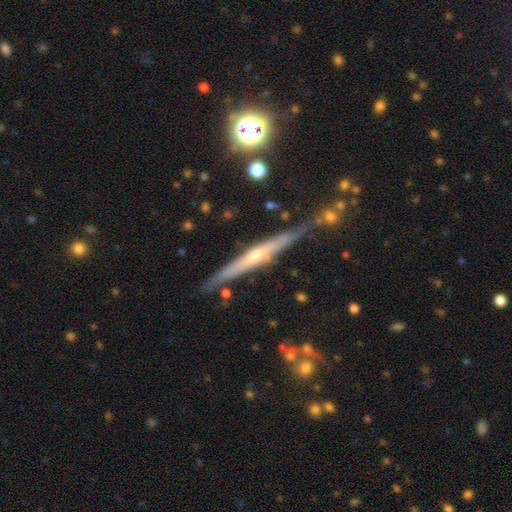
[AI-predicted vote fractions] This is likely a featured or disk galaxy (73%). It is clearly viewed edge-on (94%). Edge-on bulge: likely rounded (61%). Merging: likely none (74%).